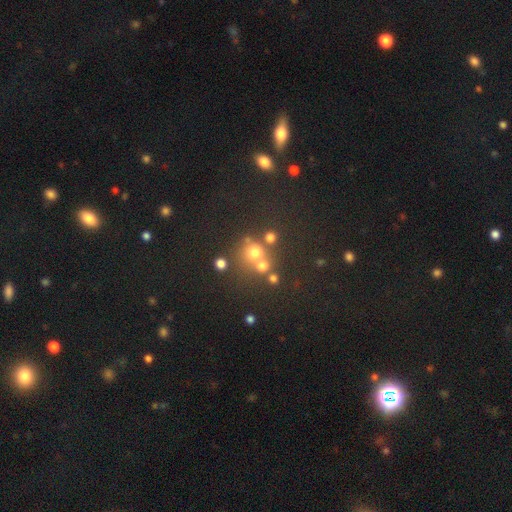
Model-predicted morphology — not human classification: type=smooth (57%); roundness=round (86%); merging=none (56%).